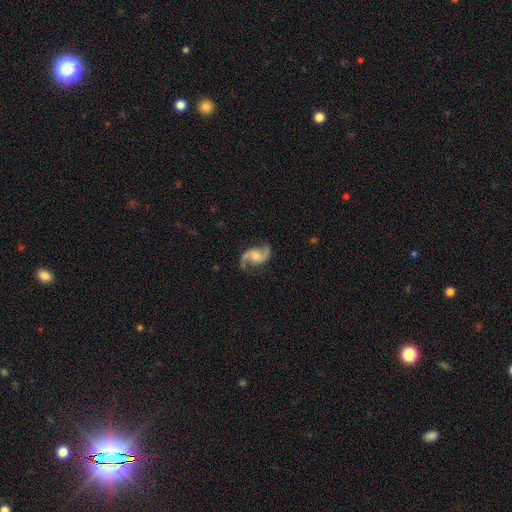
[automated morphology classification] The model was most divided on "bulge size": moderate: 45%, small: 35%, none: 11%, large: 7%, dominant: 2%. More confident: edge-on disk — no (98%); spiral arms — yes (97%); spiral arm count — 2 (94%); smooth or featured — featured or disk (89%); merging — none (79%); spiral winding — loose (58%); bar — no (54%).